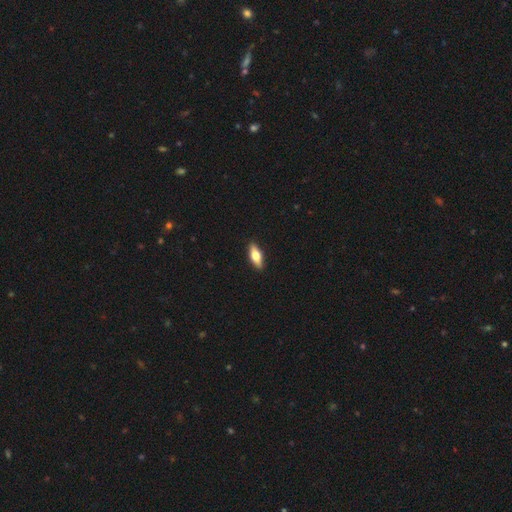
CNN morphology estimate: Q: Smooth or featured?
A: smooth (61%); runner-up: featured or disk (33%)
Q: How rounded?
A: in between (66%); runner-up: cigar-shaped (31%)
Q: Merging?
A: none (90%); runner-up: minor disturbance (7%)